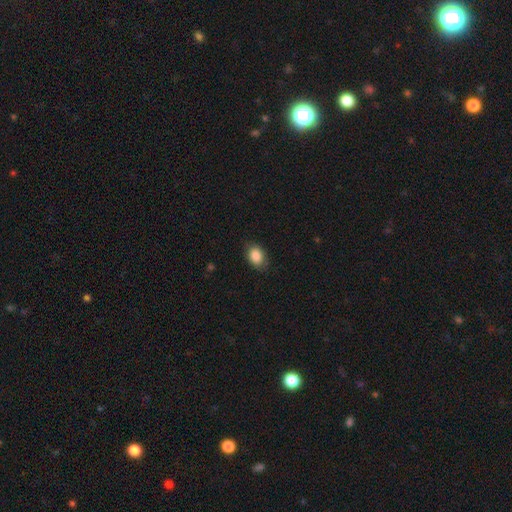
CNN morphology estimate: The model was most divided on "how rounded": in between: 79%, round: 20%, cigar-shaped: 1%. More confident: smooth or featured — smooth (86%); merging — none (80%).